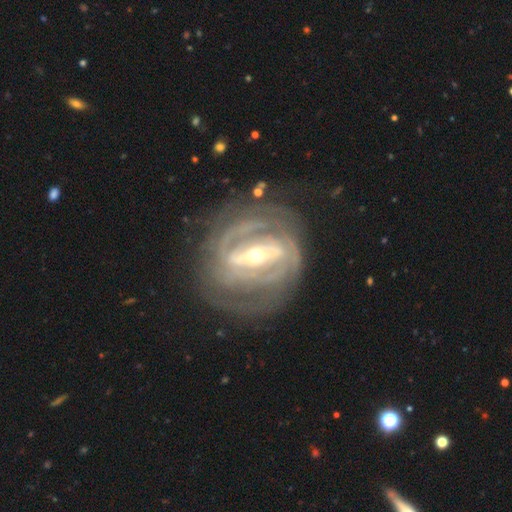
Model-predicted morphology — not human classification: Smooth or featured? Predicted: featured or disk (p=0.88). Edge-on disk? Predicted: no (p=0.93). Bar? Predicted: strong (p=0.72). Spiral arms? Predicted: yes (p=0.84). Spiral winding? Predicted: tight (p=0.64). Spiral arm count? Predicted: 2 (p=0.37). Bulge size? Predicted: moderate (p=0.48). Merging? Predicted: none (p=0.70).